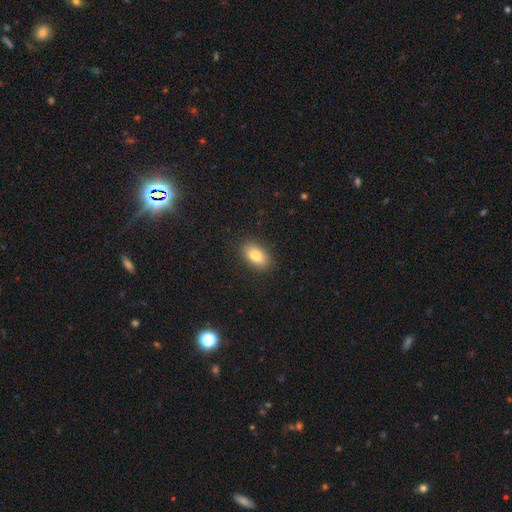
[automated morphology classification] smooth_or_featured: smooth (p=0.82) [alt: featured or disk p=0.10]
how_rounded: in between (p=0.89) [alt: round p=0.07]
merging: none (p=0.87) [alt: minor disturbance p=0.10]